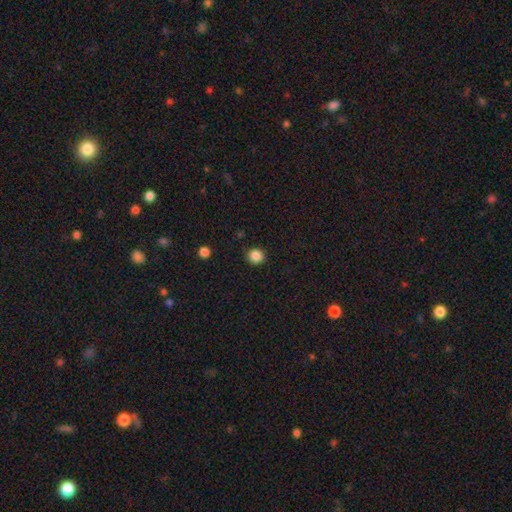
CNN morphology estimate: This is clearly a smooth galaxy (86%). How rounded: clearly round (92%). Merging: clearly none (90%).